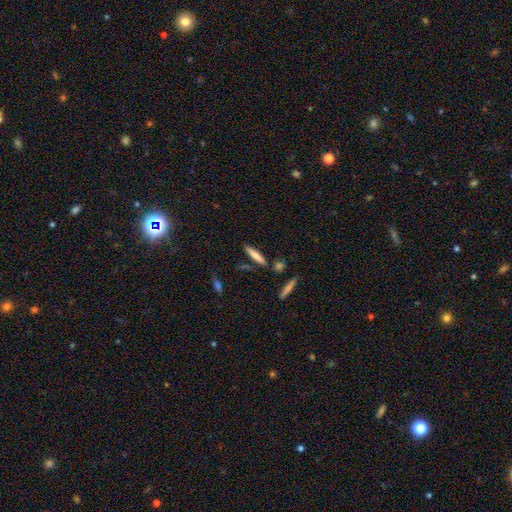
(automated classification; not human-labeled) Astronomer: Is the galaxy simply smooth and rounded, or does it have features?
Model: smooth — 73%.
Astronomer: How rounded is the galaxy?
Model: cigar-shaped — 87%.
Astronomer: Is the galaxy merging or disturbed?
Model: none — 82%.